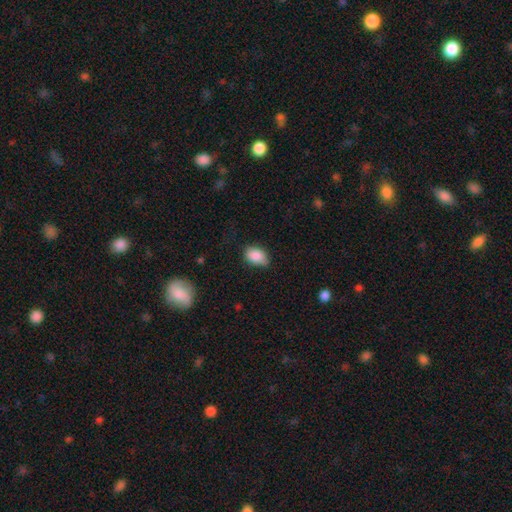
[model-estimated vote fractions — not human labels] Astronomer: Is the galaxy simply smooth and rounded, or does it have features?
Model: smooth — 86%.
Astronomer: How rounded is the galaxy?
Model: in between — 81%.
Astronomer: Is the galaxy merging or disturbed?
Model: none — 63%.